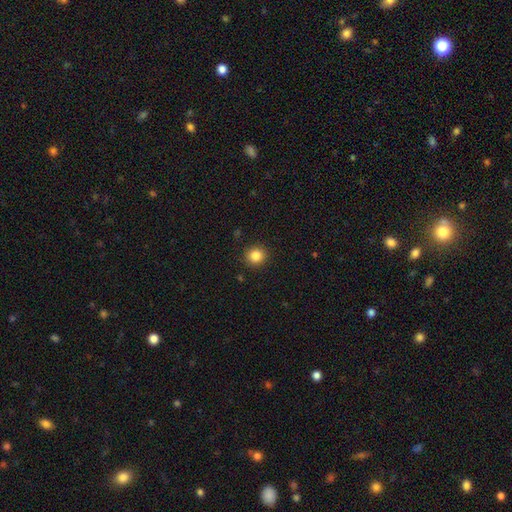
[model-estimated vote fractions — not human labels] Smooth or featured? smooth (85%)
How rounded? round (90%)
Merging? none (91%)